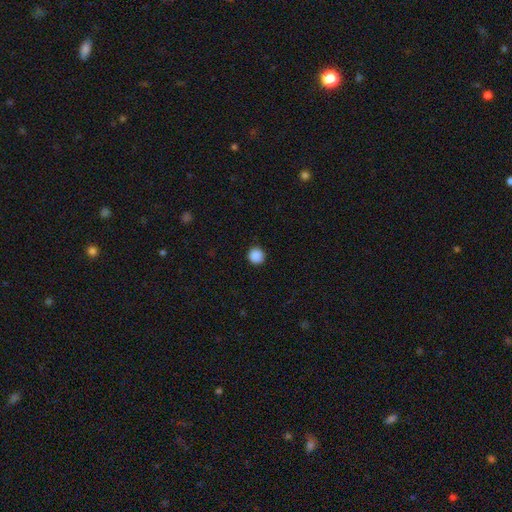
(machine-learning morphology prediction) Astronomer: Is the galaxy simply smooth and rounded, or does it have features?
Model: smooth — 89%.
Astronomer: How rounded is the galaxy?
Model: round — 95%.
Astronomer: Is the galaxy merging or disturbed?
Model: none — 93%.